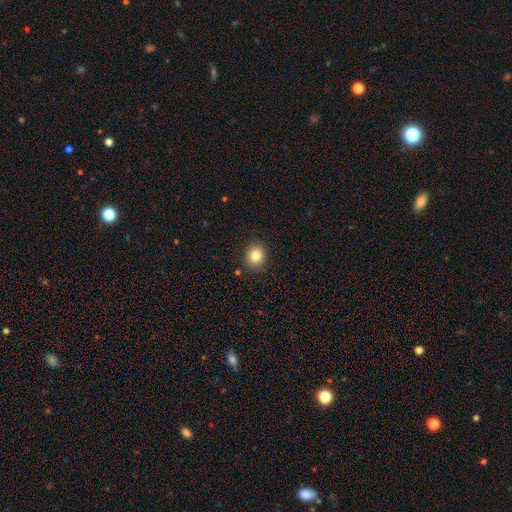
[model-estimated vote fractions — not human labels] A smooth galaxy with no disk features (83%) that is round (72%).

Vote fractions:
- Smooth or featured? smooth: 83% / star or artifact: 10% / featured or disk: 7%
- How rounded? round: 72% / in between: 27% / cigar-shaped: 1%
- Merging? none: 89% / minor disturbance: 7% / major disturbance: 2% / merger: 2%